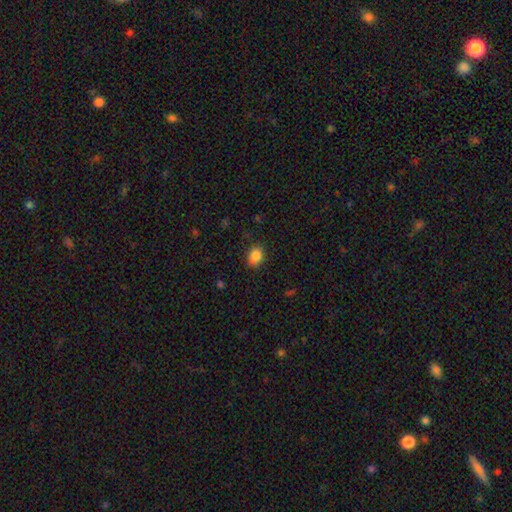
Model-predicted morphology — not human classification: type=smooth (85%); roundness=in between (55%); merging=none (82%).